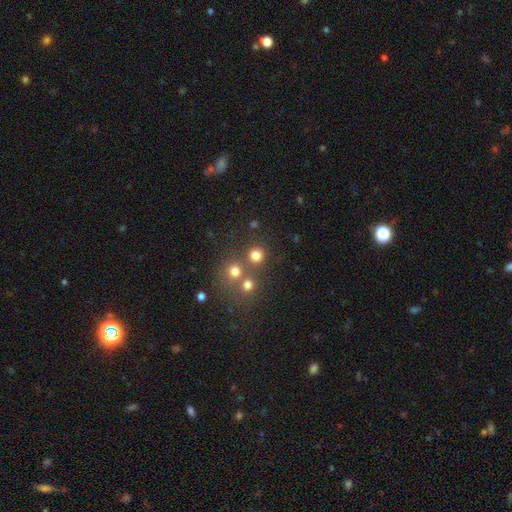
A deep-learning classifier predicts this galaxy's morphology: smooth_or_featured: smooth (p=0.77) [alt: star or artifact p=0.16]
how_rounded: round (p=0.92) [alt: in between p=0.07]
merging: none (p=0.72) [alt: merger p=0.18]